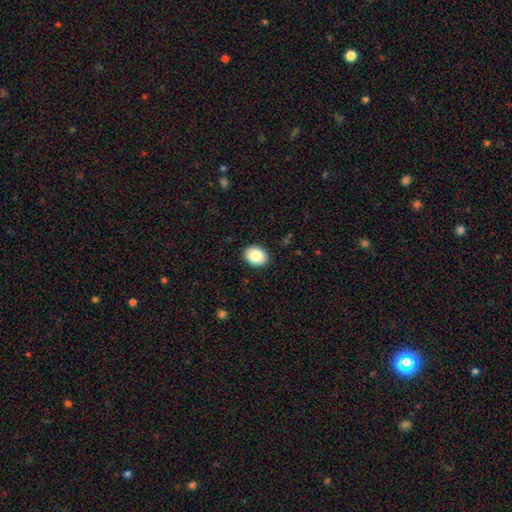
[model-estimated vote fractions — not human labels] Smooth or featured? Predicted: smooth (p=0.86). How rounded? Predicted: in between (p=0.61). Merging? Predicted: none (p=0.91).